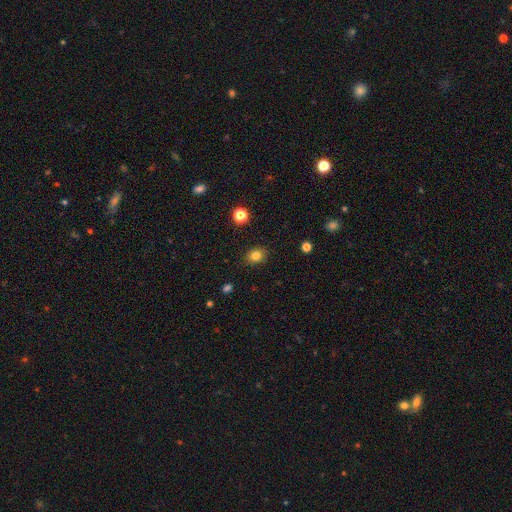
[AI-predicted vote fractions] Smooth or featured: smooth — 81% (star or artifact — 12%)
How rounded: round — 52% (in between — 47%)
Merging: none — 87% (minor disturbance — 9%)